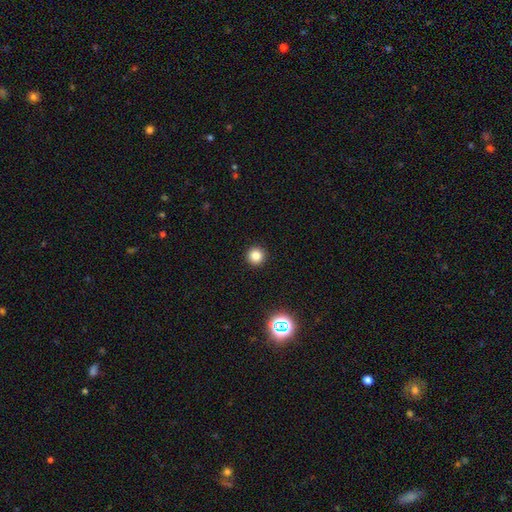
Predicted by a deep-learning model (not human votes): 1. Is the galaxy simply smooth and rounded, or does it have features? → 82% smooth, 13% star or artifact, 5% featured or disk.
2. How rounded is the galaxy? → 96% round, 3% in between, 1% cigar-shaped.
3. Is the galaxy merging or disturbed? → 93% none, 4% minor disturbance, 2% major disturbance, 1% merger.